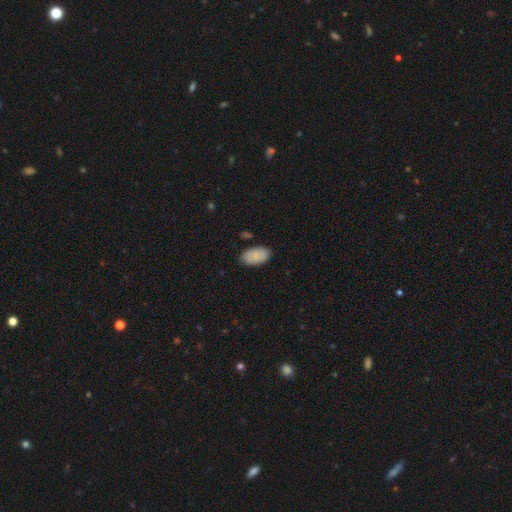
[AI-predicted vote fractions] Smooth or featured?
  - smooth: 83% *
  - featured or disk: 10%
  - star or artifact: 7%
How rounded?
  - in between: 94% *
  - round: 4%
  - cigar-shaped: 1%
Merging?
  - none: 79% *
  - minor disturbance: 16%
  - major disturbance: 3%
  - merger: 2%